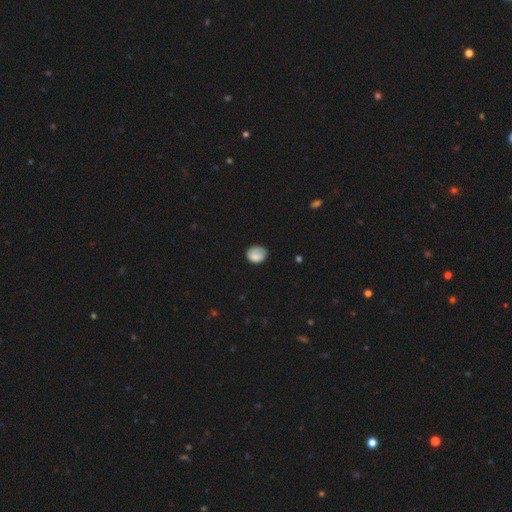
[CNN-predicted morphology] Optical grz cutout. It shows a smooth galaxy with no disk features (75%) that is round (51%). Merging: none (59%).